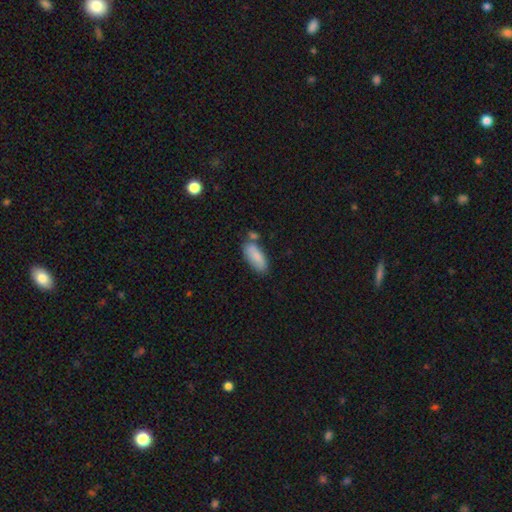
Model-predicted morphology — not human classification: Smooth or featured: smooth — 85% (featured or disk — 9%)
How rounded: in between — 79% (cigar-shaped — 19%)
Merging: none — 62% (minor disturbance — 19%)